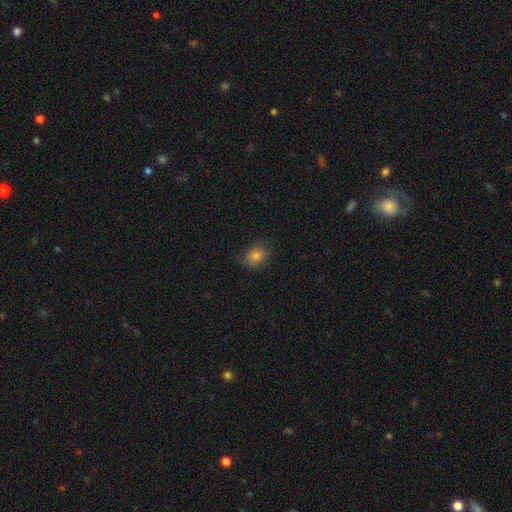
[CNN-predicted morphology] smooth_or_featured: smooth (p=0.80) [alt: star or artifact p=0.12]
how_rounded: in between (p=0.50) [alt: round p=0.49]
merging: none (p=0.74) [alt: minor disturbance p=0.20]